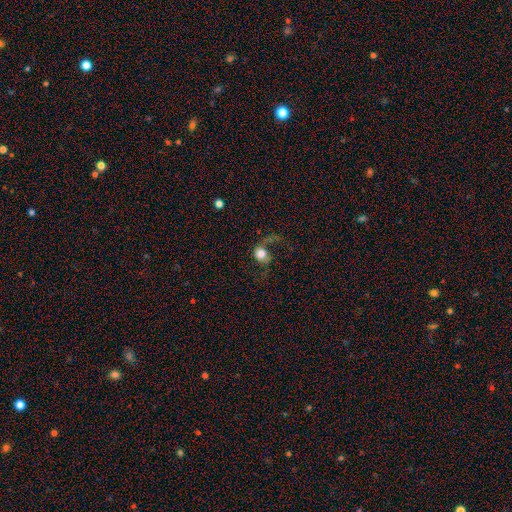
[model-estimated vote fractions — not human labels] A featured or disk galaxy (49%). Merging: major disturbance (41%).